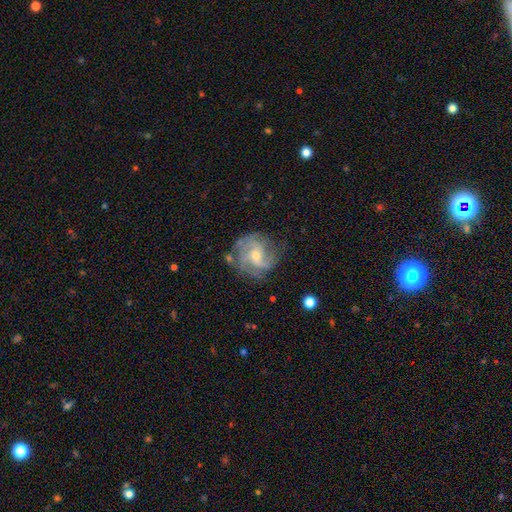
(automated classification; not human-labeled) Smooth or featured: featured or disk — 80% (smooth — 13%)
Edge-on disk: no — 98% (yes — 2%)
Bar: no — 56% (weak — 36%)
Spiral arms: yes — 92% (no — 8%)
Spiral winding: medium — 44% (tight — 29%)
Spiral arm count: 2 — 35% (3 — 25%)
Bulge size: small — 54% (moderate — 43%)
Merging: none — 68% (minor disturbance — 19%)